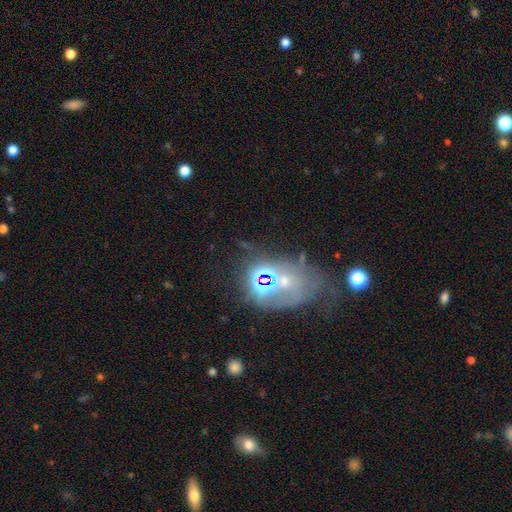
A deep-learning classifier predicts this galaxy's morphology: This appears to be a featured or disk galaxy (41%). Merging: none (36%).